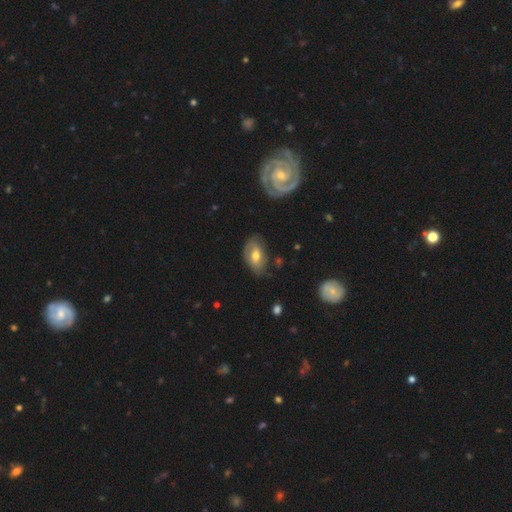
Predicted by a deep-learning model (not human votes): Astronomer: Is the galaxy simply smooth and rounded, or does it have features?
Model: smooth — 47% (runner-up: featured or disk, 46%).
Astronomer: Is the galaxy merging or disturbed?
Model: none — 63%.